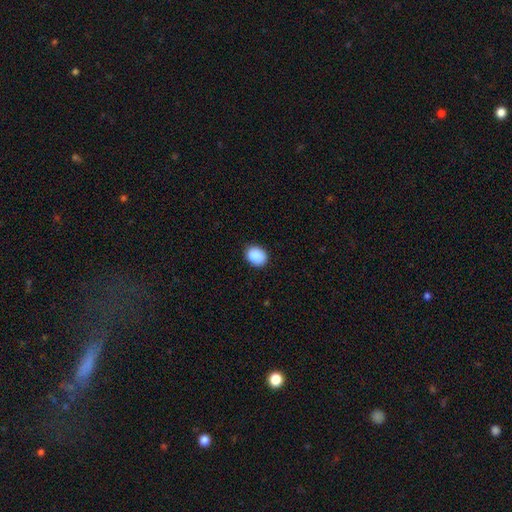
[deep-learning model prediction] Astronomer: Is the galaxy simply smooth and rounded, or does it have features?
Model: smooth — 90%.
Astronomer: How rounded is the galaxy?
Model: in between — 58% (runner-up: round, 41%).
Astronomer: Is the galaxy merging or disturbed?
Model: none — 86%.